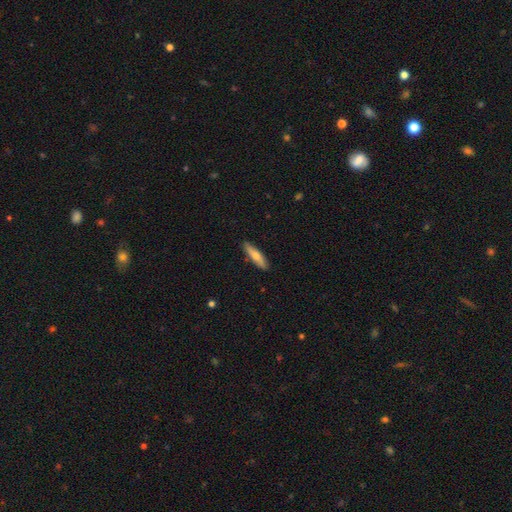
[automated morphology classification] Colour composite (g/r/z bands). It shows a smooth galaxy with no disk features (63%) that is cigar-shaped (78%). Merging: none (88%).